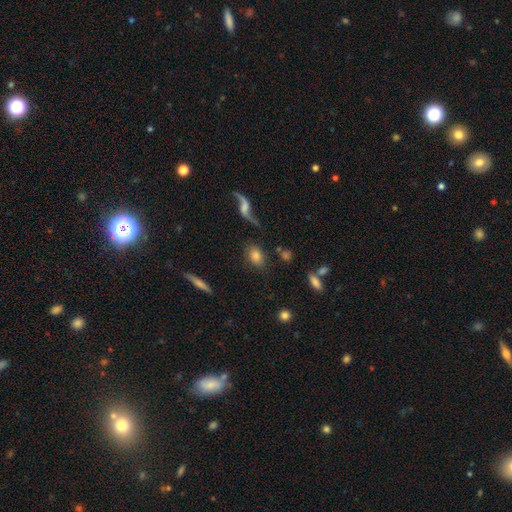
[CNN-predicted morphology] smooth 74%, featured or disk 17%, star or artifact 9%. Down the decision tree: how rounded — in between (75%); merging — none (75%).